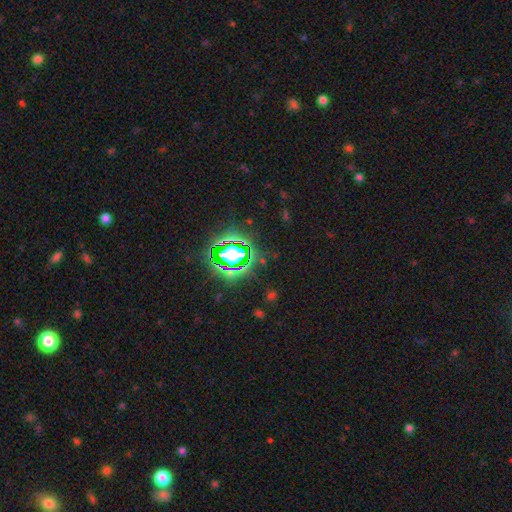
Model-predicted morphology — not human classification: Overall: star or artifact (76%).